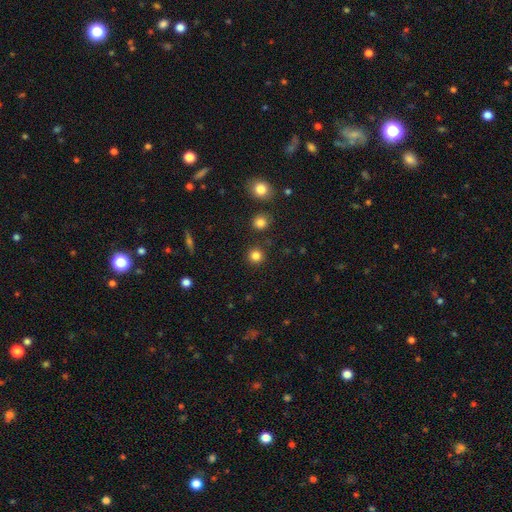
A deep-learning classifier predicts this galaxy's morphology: Smooth or featured: smooth — 83% (star or artifact — 13%)
How rounded: round — 94% (in between — 5%)
Merging: none — 90% (minor disturbance — 5%)